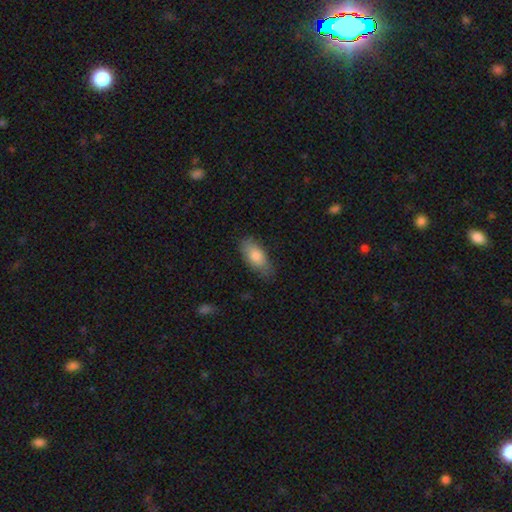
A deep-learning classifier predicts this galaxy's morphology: The model was most divided on "merging": none: 71%, minor disturbance: 23%, major disturbance: 5%, merger: 1%. More confident: how rounded — in between (88%); smooth or featured — smooth (80%).